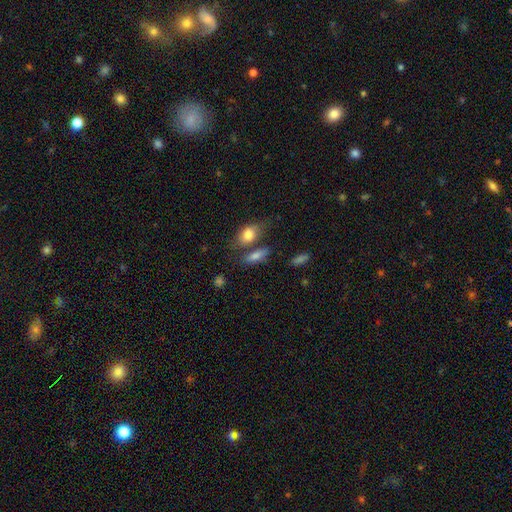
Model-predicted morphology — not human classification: The model was most divided on "merging": none: 58%, merger: 22%, minor disturbance: 15%, major disturbance: 6%. More confident: smooth or featured — smooth (78%); how rounded — in between (71%).